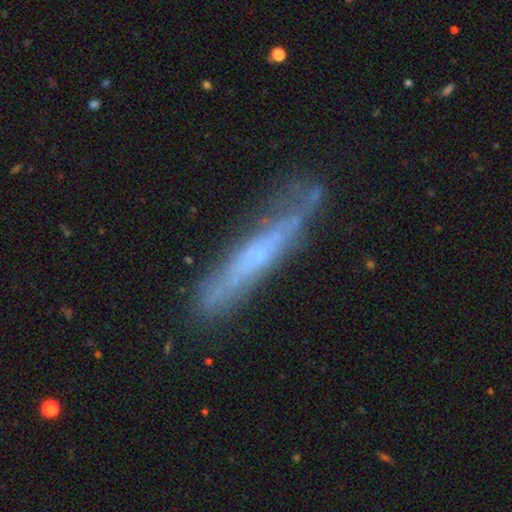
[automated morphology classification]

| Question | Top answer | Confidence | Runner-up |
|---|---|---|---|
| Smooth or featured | featured or disk | 60% | smooth (32%) |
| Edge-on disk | yes | 79% | no (21%) |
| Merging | none | 73% | minor disturbance (19%) |